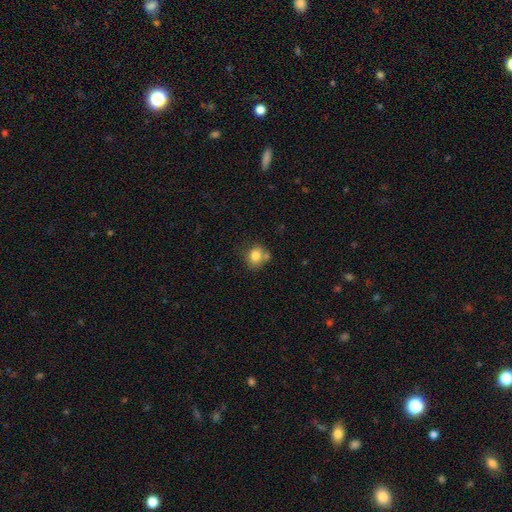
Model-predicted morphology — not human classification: Smooth or featured: smooth — 79% (featured or disk — 11%)
How rounded: round — 64% (in between — 35%)
Merging: none — 55% (merger — 21%)